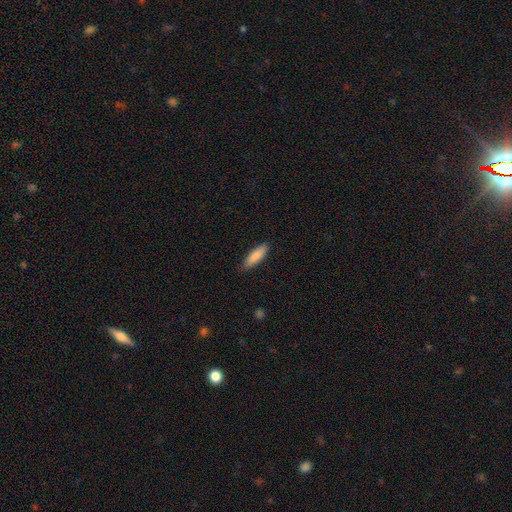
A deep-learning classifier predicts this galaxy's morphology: Smooth or featured: smooth — 86% (featured or disk — 8%)
How rounded: cigar-shaped — 52% (in between — 46%)
Merging: none — 85% (minor disturbance — 12%)